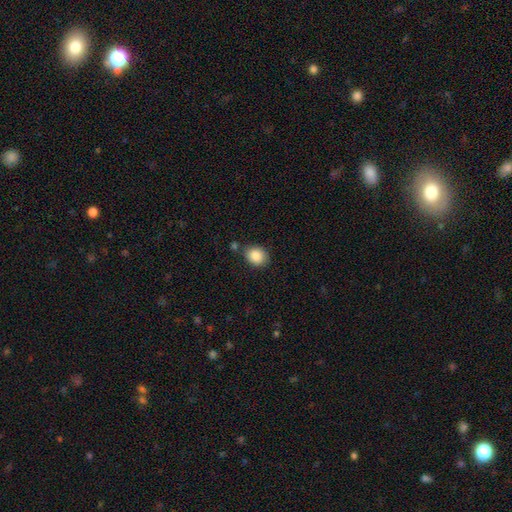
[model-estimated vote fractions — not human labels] Smooth or featured? Predicted: smooth (p=0.87). How rounded? Predicted: round (p=0.50). Merging? Predicted: none (p=0.76).